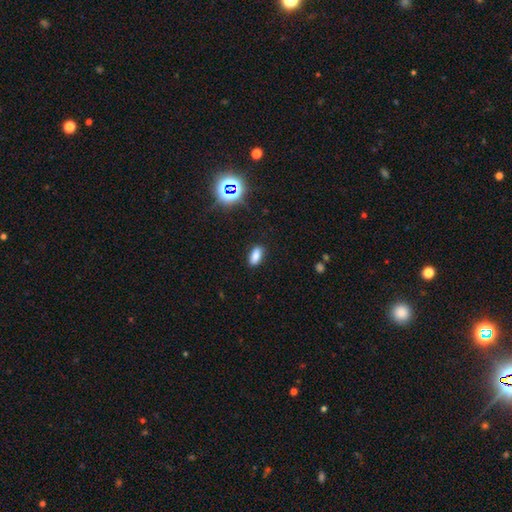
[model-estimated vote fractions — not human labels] smooth-or-featured: smooth: 80% | star or artifact: 14% | featured or disk: 6%
  how-rounded: in between: 86% | cigar-shaped: 9% | round: 4%
  merging: none: 87% | minor disturbance: 9% | major disturbance: 2% | merger: 1%